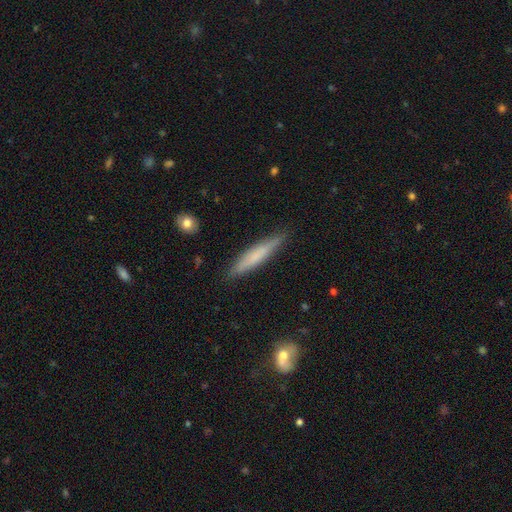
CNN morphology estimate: Smooth or featured? smooth (61%)
How rounded? cigar-shaped (92%)
Merging? none (86%)